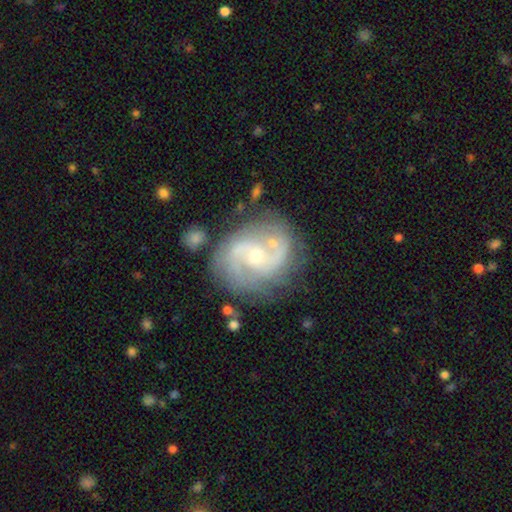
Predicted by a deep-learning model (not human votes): A featured or disk galaxy (87%) with no bar (56%), 2 (82%) medium (54%) spiral arms (96%) and a small central bulge (61%). Merging: none (71%).